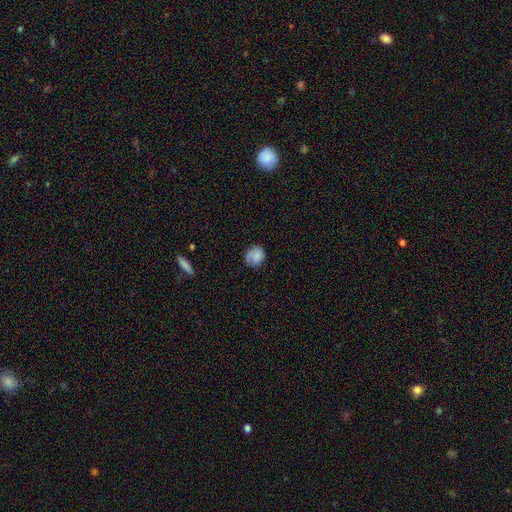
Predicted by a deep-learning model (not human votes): Smooth or featured? smooth (77%)
How rounded? round (69%)
Merging? none (68%)